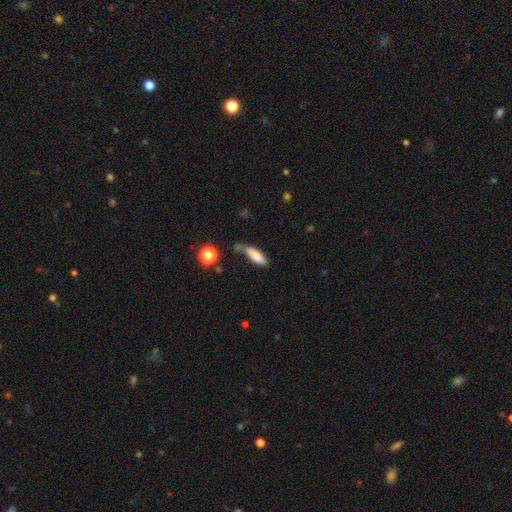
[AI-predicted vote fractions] Q: Smooth or featured?
A: smooth (76%); runner-up: featured or disk (16%)
Q: How rounded?
A: in between (58%); runner-up: cigar-shaped (39%)
Q: Merging?
A: none (35%); runner-up: minor disturbance (33%)